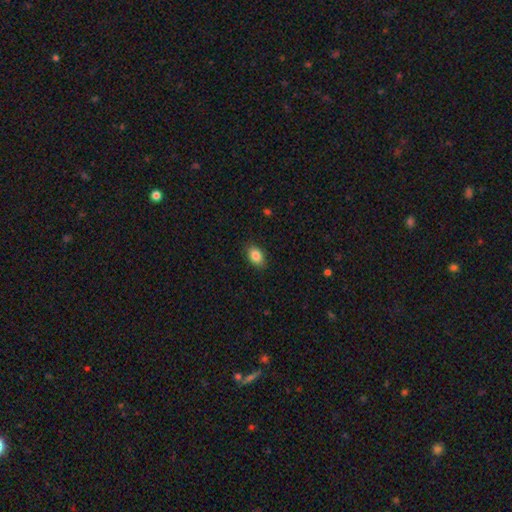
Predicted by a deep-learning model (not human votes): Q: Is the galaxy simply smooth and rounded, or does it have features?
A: smooth — 86%.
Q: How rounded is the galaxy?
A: in between — 84%.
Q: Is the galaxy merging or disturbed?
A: none — 87%.